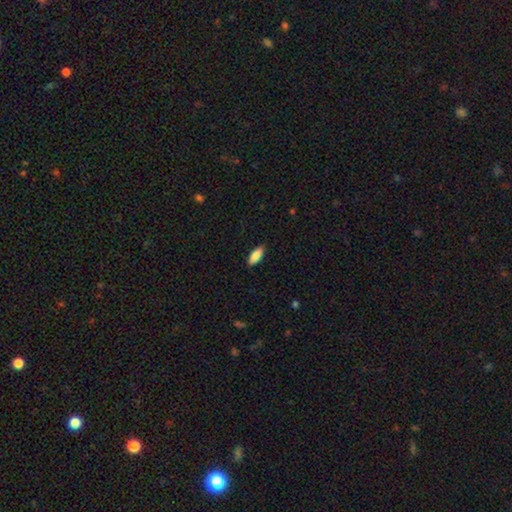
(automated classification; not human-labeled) This appears to be a smooth galaxy with no disk features (86%) that is in between round and cigar-shaped (73%). Merging: none (88%).